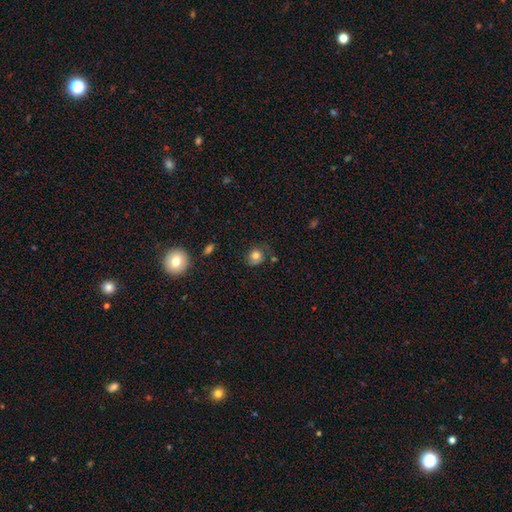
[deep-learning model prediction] smooth 76%, featured or disk 13%, star or artifact 11%. Down the decision tree: how rounded — round (68%); merging — none (54%).